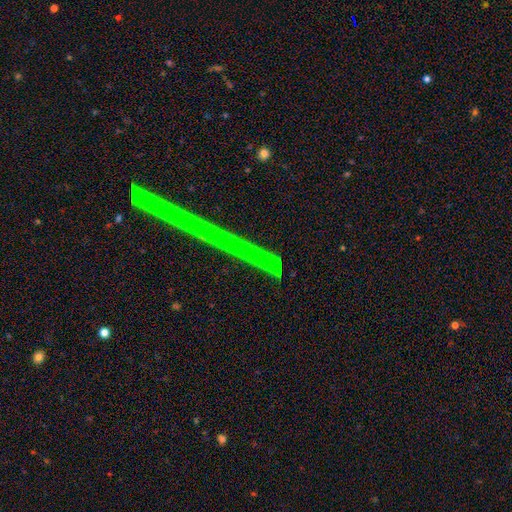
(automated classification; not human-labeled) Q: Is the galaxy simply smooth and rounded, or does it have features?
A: star or artifact — 75%.